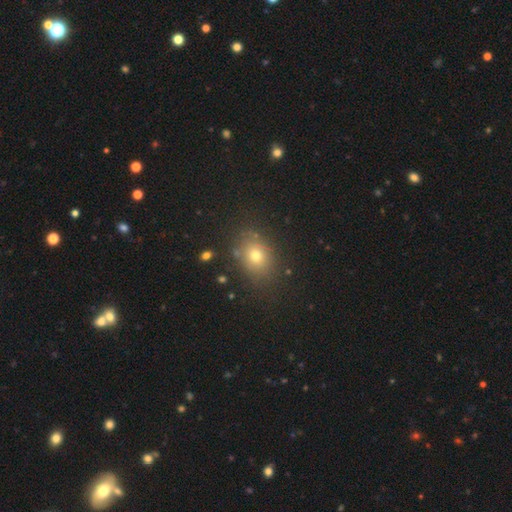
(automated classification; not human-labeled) smooth-or-featured: smooth: 71% | star or artifact: 17% | featured or disk: 12%
  how-rounded: in between: 53% | round: 46% | cigar-shaped: 1%
  merging: none: 82% | minor disturbance: 11% | major disturbance: 4% | merger: 2%